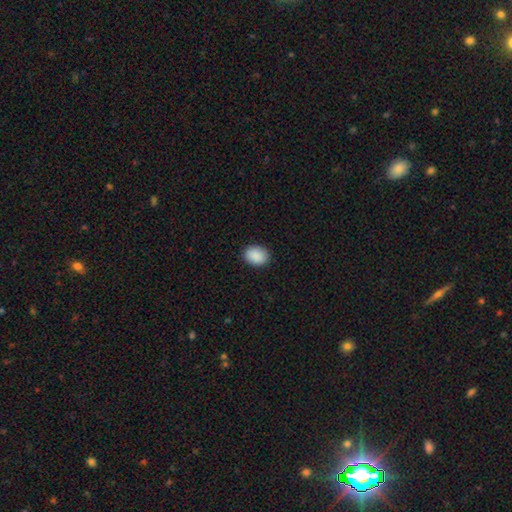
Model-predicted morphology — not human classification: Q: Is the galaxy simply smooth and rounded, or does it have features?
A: smooth — 90%.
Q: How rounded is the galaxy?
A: in between — 66%.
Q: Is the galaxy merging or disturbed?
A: none — 88%.